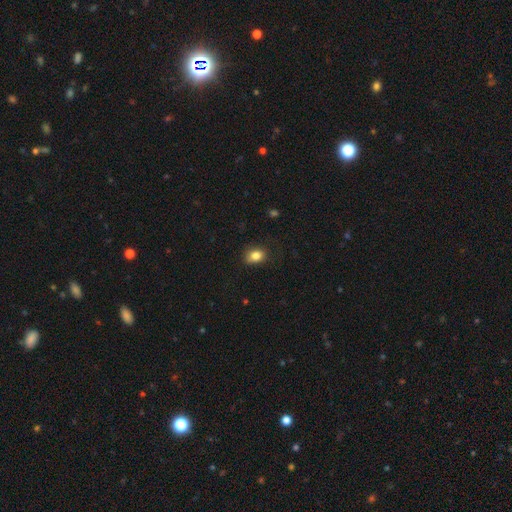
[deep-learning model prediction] Q: Smooth or featured?
A: smooth (84%); runner-up: star or artifact (10%)
Q: How rounded?
A: in between (63%); runner-up: round (36%)
Q: Merging?
A: none (77%); runner-up: minor disturbance (18%)